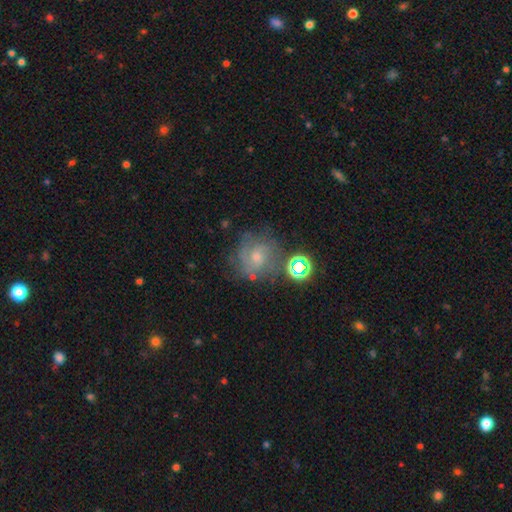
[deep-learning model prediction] Q: Smooth or featured?
A: featured or disk (55%); runner-up: smooth (25%)
Q: Edge-on disk?
A: no (97%); runner-up: yes (3%)
Q: Bar?
A: no (63%); runner-up: weak (31%)
Q: Spiral arms?
A: yes (83%); runner-up: no (17%)
Q: Bulge size?
A: small (55%); runner-up: moderate (36%)
Q: Merging?
A: none (64%); runner-up: minor disturbance (18%)